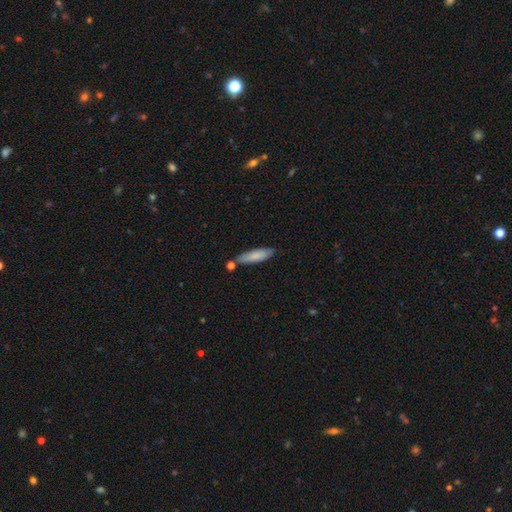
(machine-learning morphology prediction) Smooth or featured: smooth — 80% (featured or disk — 14%)
How rounded: cigar-shaped — 69% (in between — 30%)
Merging: none — 75% (minor disturbance — 15%)